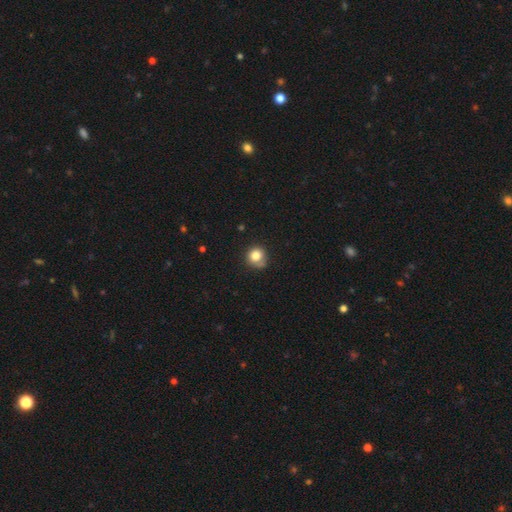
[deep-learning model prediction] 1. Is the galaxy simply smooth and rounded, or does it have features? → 82% smooth, 10% star or artifact, 8% featured or disk.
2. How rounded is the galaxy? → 87% round, 12% in between, 1% cigar-shaped.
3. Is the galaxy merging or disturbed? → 63% none, 26% minor disturbance, 7% major disturbance, 4% merger.